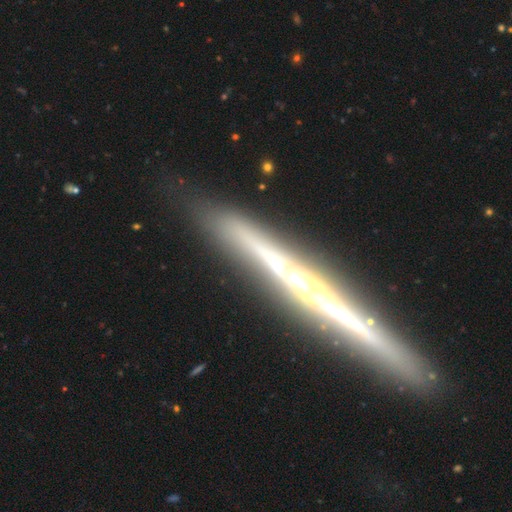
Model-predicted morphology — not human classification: This is clearly a featured or disk galaxy (82%). It is clearly viewed edge-on (97%). Edge-on bulge: likely none (68%). Merging: clearly none (88%).